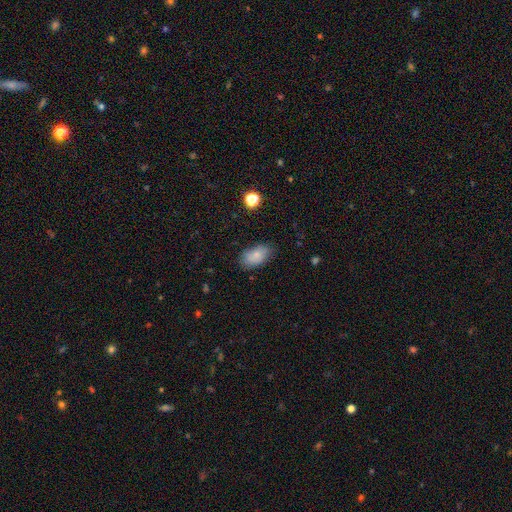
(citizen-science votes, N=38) Smooth or featured: smooth — 76% (featured or disk — 18%)
How rounded: in between — 97% (round — 3%)
Merging: none — 64% (minor disturbance — 22%)